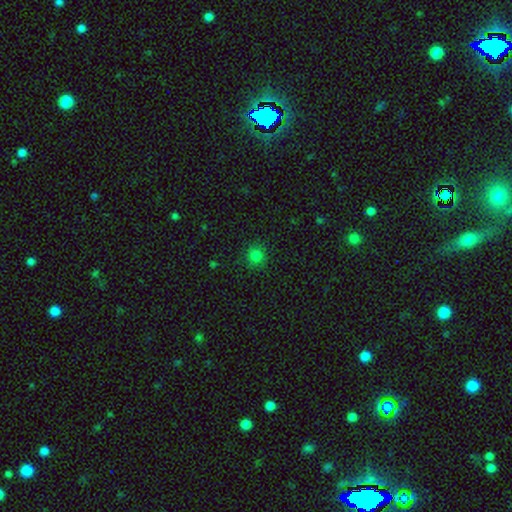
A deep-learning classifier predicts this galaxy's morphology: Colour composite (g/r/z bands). It shows a smooth galaxy with no disk features (81%) that is round (91%). Merging: none (89%).